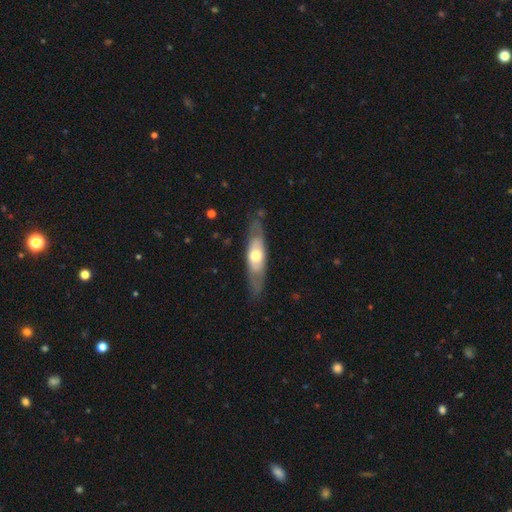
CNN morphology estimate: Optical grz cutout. It shows a featured or disk galaxy (54%). Merging: none (78%).